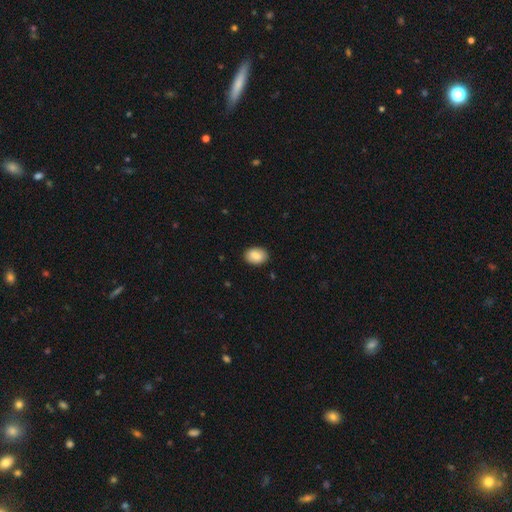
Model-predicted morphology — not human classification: type=smooth (87%); roundness=in between (80%); merging=none (88%).